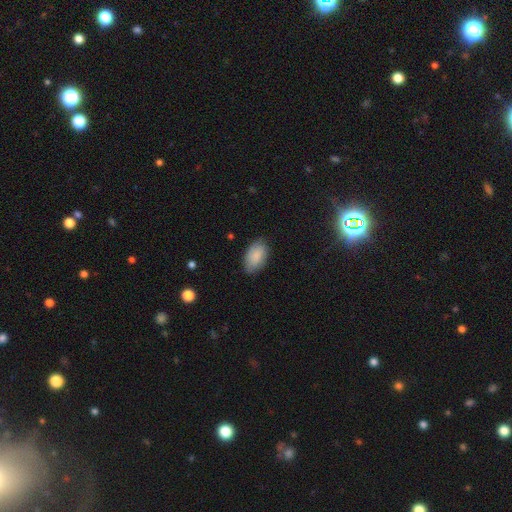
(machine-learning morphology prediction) The model was most divided on "merging": none: 79%, minor disturbance: 17%, major disturbance: 3%, merger: 1%. More confident: how rounded — in between (94%); smooth or featured — smooth (85%).